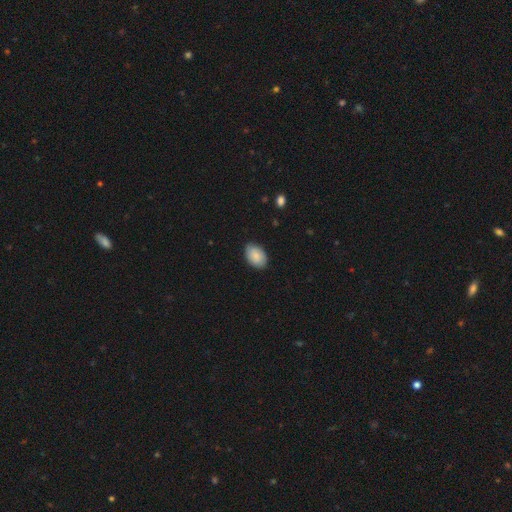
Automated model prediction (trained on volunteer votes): A smooth galaxy with no disk features (85%) that is in between round and cigar-shaped (87%). Merging: none (84%).